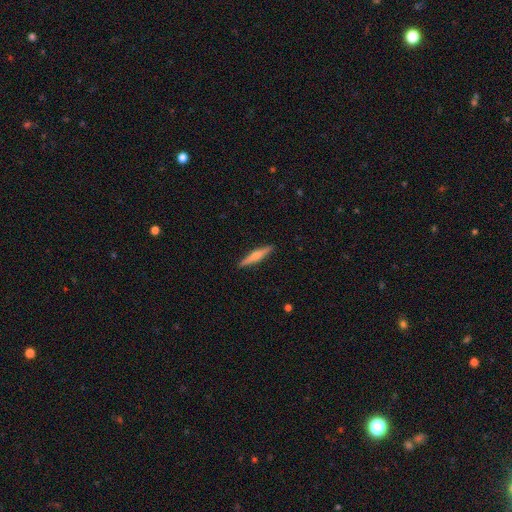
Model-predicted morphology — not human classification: Overall: featured or disk (51%; smooth 44%). Edge-on disk: yes (97%). Merging: none (91%).